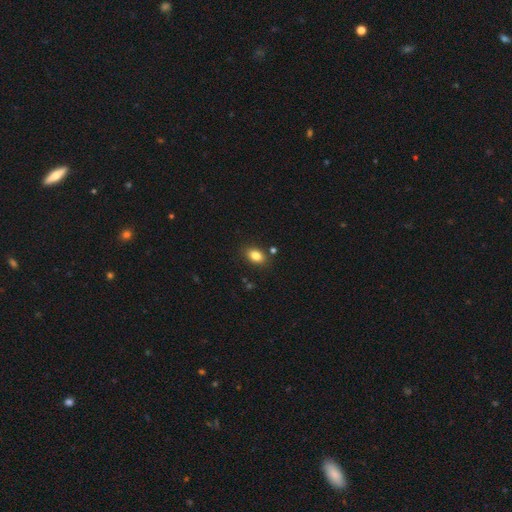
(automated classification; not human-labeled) This is clearly a smooth galaxy (83%). How rounded: clearly in between (84%). Merging: clearly none (83%).